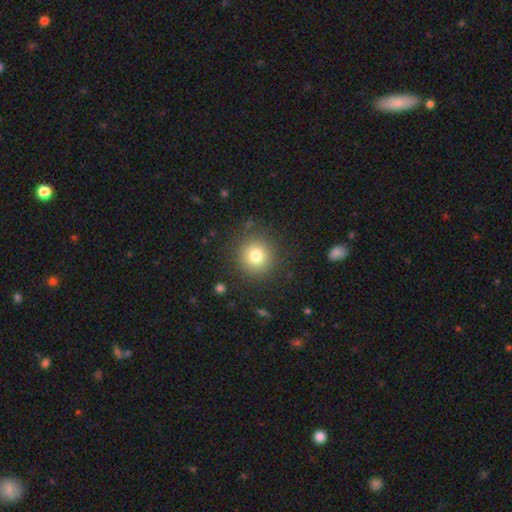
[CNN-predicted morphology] smooth 79%, star or artifact 12%, featured or disk 9%. Down the decision tree: how rounded — round (94%); merging — none (88%).